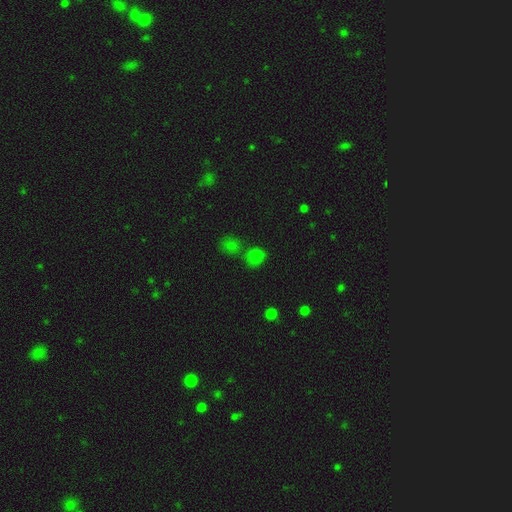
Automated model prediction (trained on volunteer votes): smooth_or_featured: smooth (p=0.72) [alt: star or artifact p=0.21]
how_rounded: round (p=0.61) [alt: in between p=0.37]
merging: none (p=0.51) [alt: merger p=0.32]